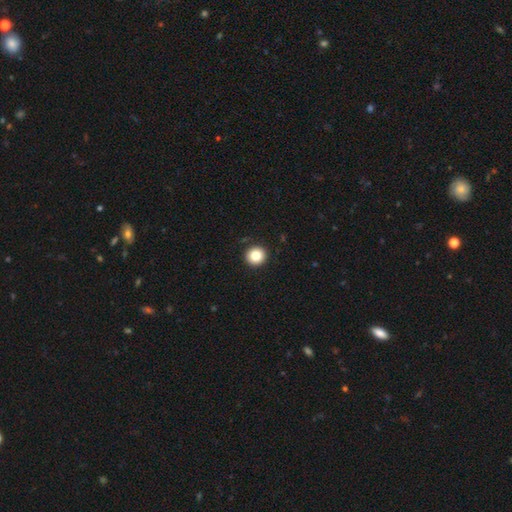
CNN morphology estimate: smooth_or_featured: smooth (p=0.83) [alt: star or artifact p=0.10]
how_rounded: round (p=0.92) [alt: in between p=0.07]
merging: none (p=0.92) [alt: minor disturbance p=0.05]